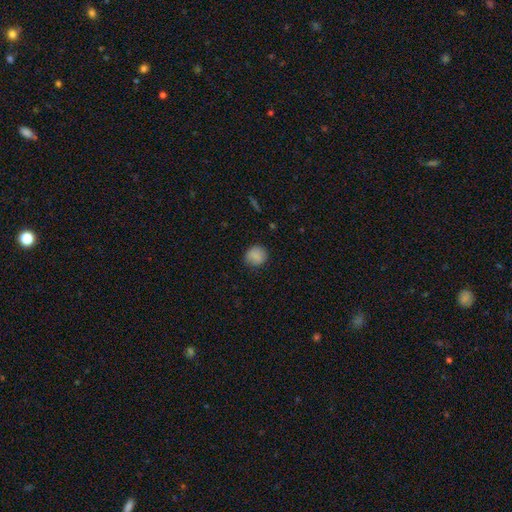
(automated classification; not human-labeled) This is clearly a smooth galaxy (86%). How rounded: clearly round (86%). Merging: clearly none (85%).